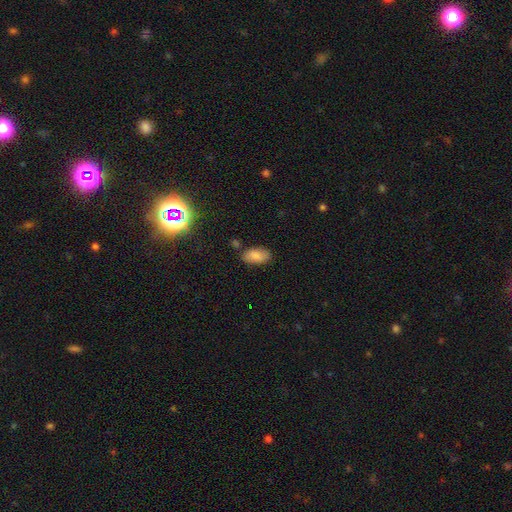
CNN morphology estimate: A smooth galaxy with no disk features (83%) that is in between round and cigar-shaped (93%).

Vote fractions:
- Smooth or featured? smooth: 83% / star or artifact: 10% / featured or disk: 8%
- How rounded? in between: 93% / cigar-shaped: 4% / round: 3%
- Merging? none: 77% / minor disturbance: 16% / merger: 4% / major disturbance: 3%